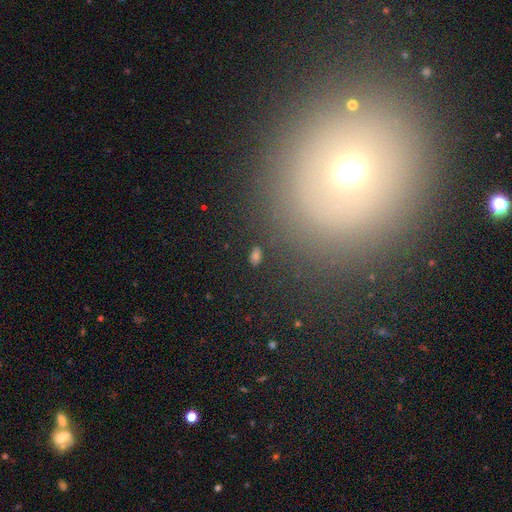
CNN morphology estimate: This is likely a smooth galaxy (72%). How rounded: clearly in between (88%). Merging: clearly none (85%).